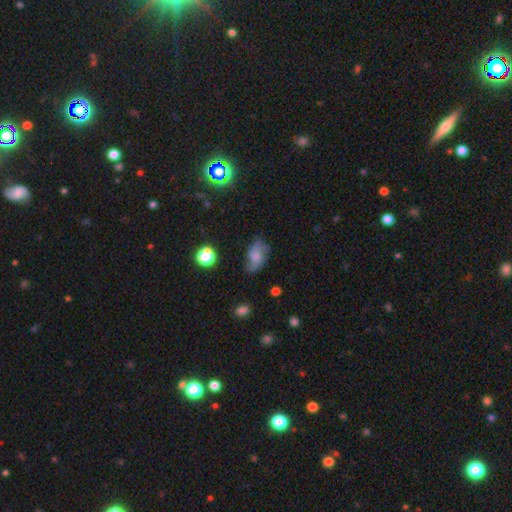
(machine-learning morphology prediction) A smooth galaxy with no disk features (51%) that is in between round and cigar-shaped (87%).

Vote fractions:
- Smooth or featured? smooth: 51% / featured or disk: 38% / star or artifact: 11%
- How rounded? in between: 87% / round: 10% / cigar-shaped: 3%
- Merging? none: 61% / minor disturbance: 27% / major disturbance: 10% / merger: 2%